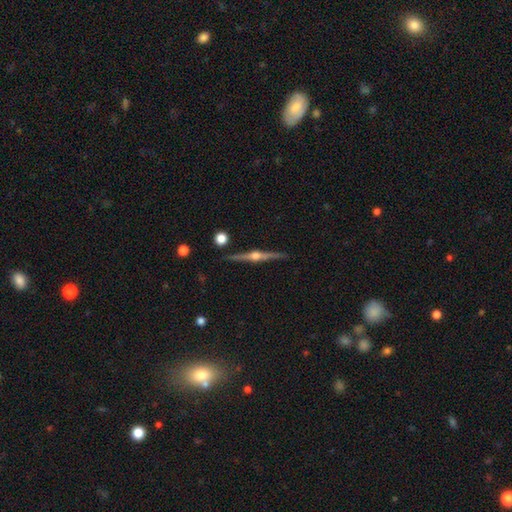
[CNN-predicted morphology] A featured or disk galaxy (84%) viewed edge-on (98%) with a rounded central bulge (95%). Merging: none (89%).